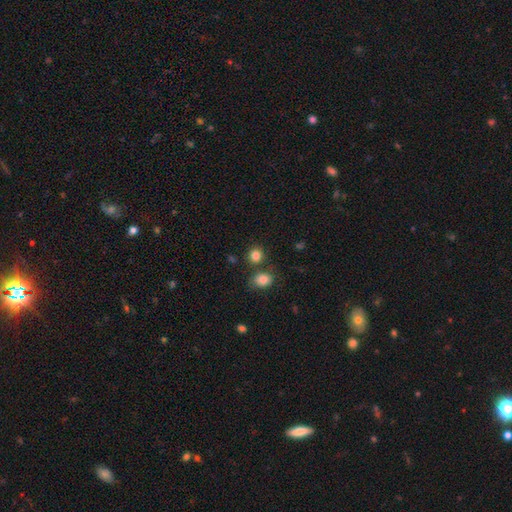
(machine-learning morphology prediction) smooth 84%, star or artifact 11%, featured or disk 5%. Down the decision tree: how rounded — round (81%); merging — none (72%).